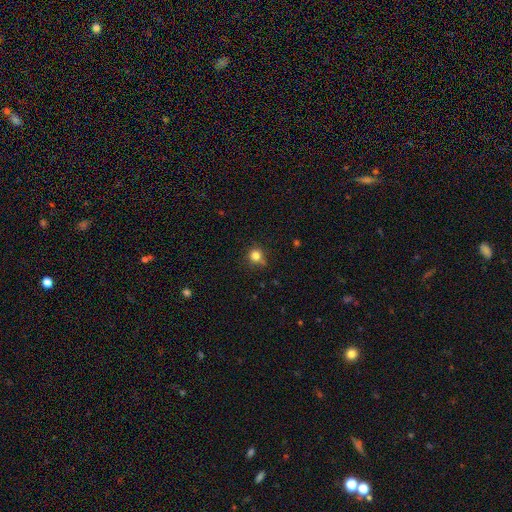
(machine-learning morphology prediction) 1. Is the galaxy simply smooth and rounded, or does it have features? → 82% smooth, 13% star or artifact, 6% featured or disk.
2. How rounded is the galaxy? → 90% round, 9% in between, 1% cigar-shaped.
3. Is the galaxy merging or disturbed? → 71% none, 19% minor disturbance, 5% merger, 4% major disturbance.